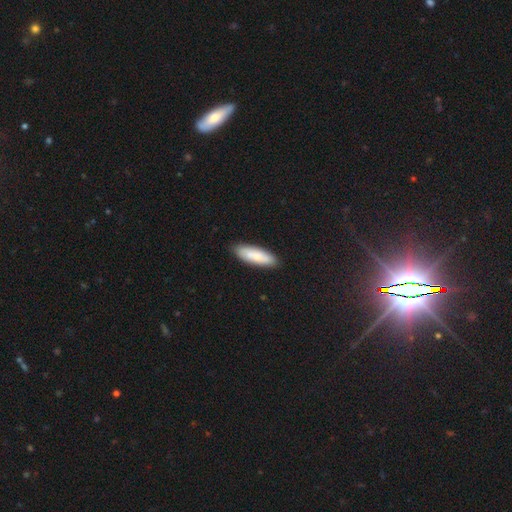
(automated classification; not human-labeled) smooth_or_featured: smooth (p=0.78) [alt: featured or disk p=0.17]
how_rounded: in between (p=0.53) [alt: cigar-shaped p=0.45]
merging: none (p=0.85) [alt: minor disturbance p=0.11]